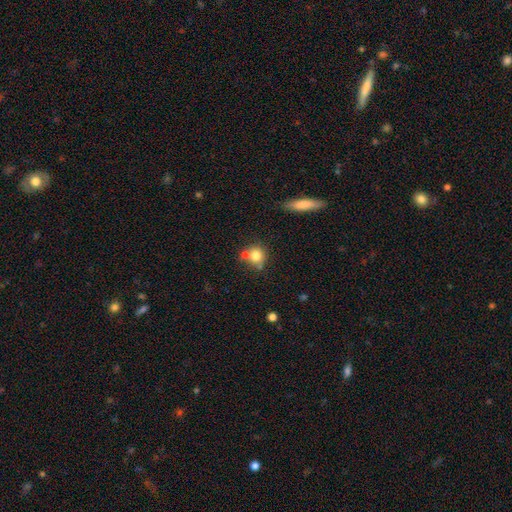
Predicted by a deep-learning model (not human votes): smooth_or_featured: smooth (p=0.77) [alt: featured or disk p=0.12]
how_rounded: round (p=0.83) [alt: in between p=0.16]
merging: none (p=0.54) [alt: merger p=0.30]